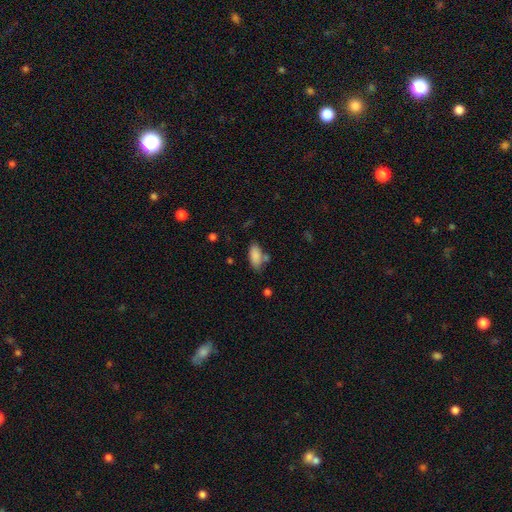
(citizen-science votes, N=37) Volunteers were most divided on "merging": none: 57%, minor disturbance: 23%, merger: 11%, major disturbance: 9%. More confident: smooth or featured — smooth (92%); how rounded — in between (85%).